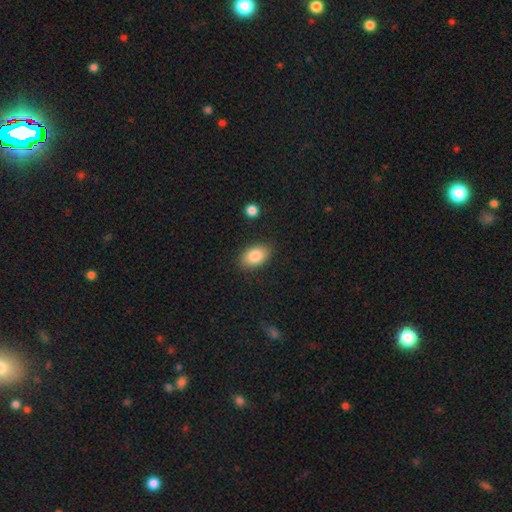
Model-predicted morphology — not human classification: A smooth galaxy with no disk features (85%) that is in between round and cigar-shaped (89%).

Vote fractions:
- Smooth or featured? smooth: 85% / featured or disk: 8% / star or artifact: 7%
- How rounded? in between: 89% / round: 9% / cigar-shaped: 1%
- Merging? none: 87% / minor disturbance: 9% / major disturbance: 2% / merger: 2%